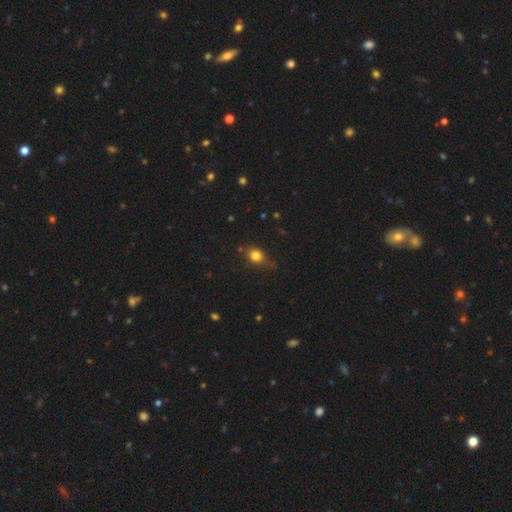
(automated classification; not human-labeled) Q: Smooth or featured?
A: smooth (79%); runner-up: star or artifact (13%)
Q: How rounded?
A: round (66%); runner-up: in between (32%)
Q: Merging?
A: none (67%); runner-up: minor disturbance (24%)